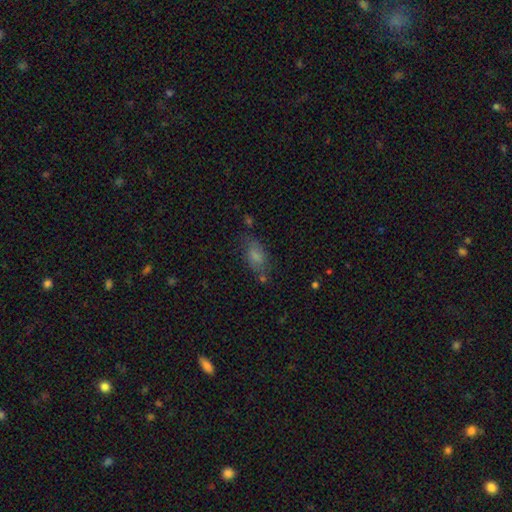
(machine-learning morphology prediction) Overall: smooth (73%). How rounded: in between (85%). Merging: none (62%; minor disturbance 22%).